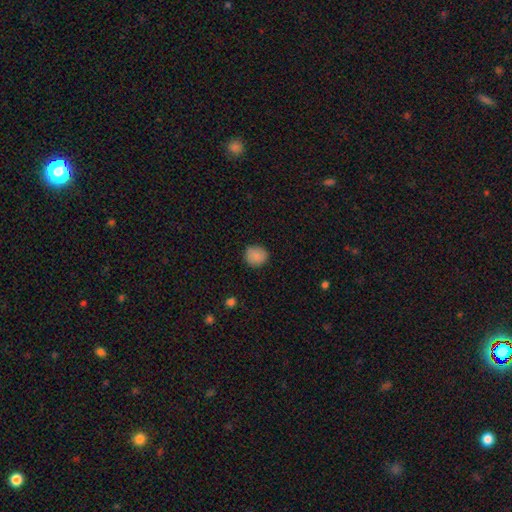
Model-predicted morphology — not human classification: Smooth or featured: smooth — 87% (star or artifact — 9%)
How rounded: round — 87% (in between — 12%)
Merging: none — 87% (minor disturbance — 10%)